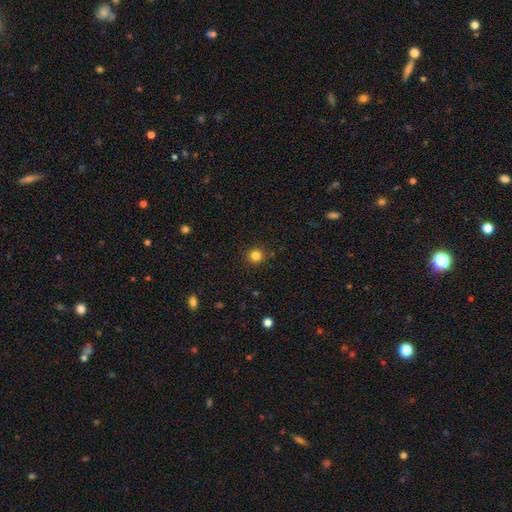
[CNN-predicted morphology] This appears to be a smooth galaxy with no disk features (83%) that is round (93%). Merging: none (91%).